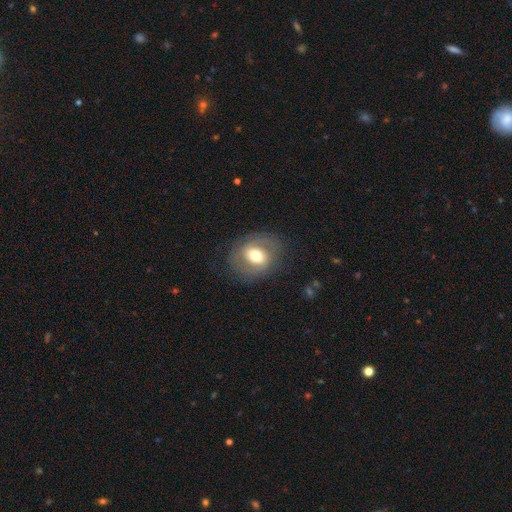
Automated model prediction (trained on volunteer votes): Morphology: type=featured or disk (47%); merging=none (78%).